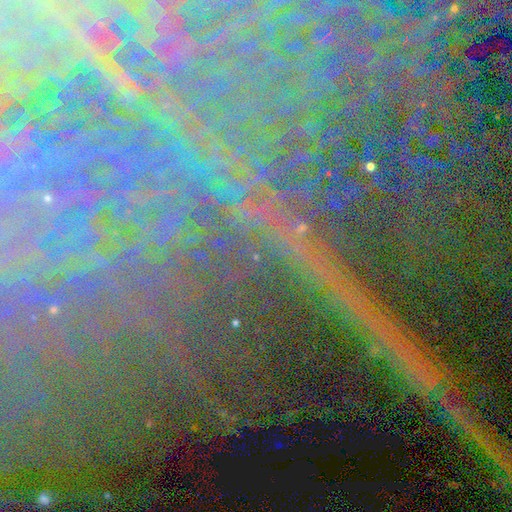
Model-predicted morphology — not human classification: star or artifact 79%, featured or disk 12%, smooth 9%.